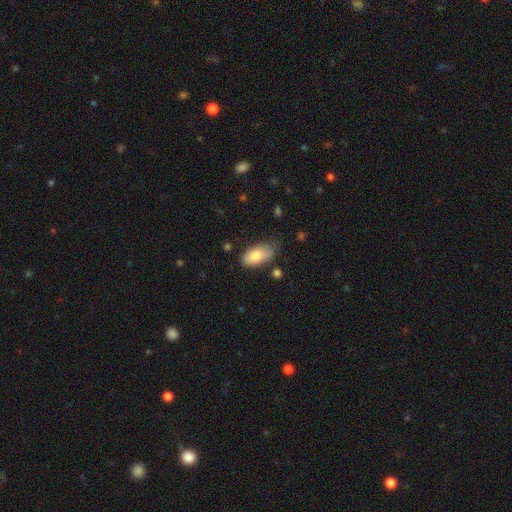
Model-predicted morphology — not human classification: Smooth or featured? Predicted: smooth (p=0.81). How rounded? Predicted: in between (p=0.93). Merging? Predicted: none (p=0.63).